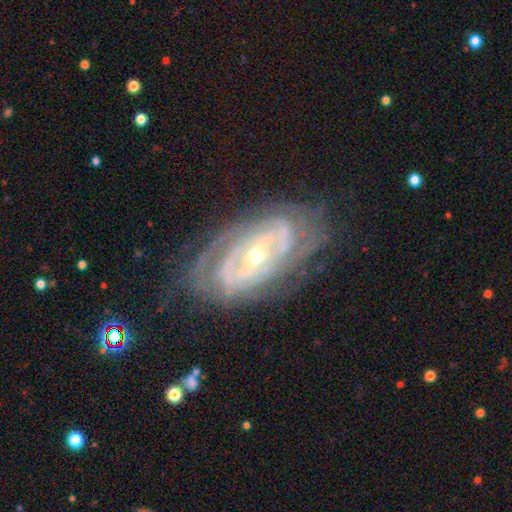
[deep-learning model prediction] featured or disk 88%, smooth 6%, star or artifact 5%. Down the decision tree: edge-on disk — no (94%); bar — no (38%); spiral arms — yes (93%); spiral arm count — can't tell (33%); spiral winding — tight (72%); bulge size — small (54%); merging — none (74%).